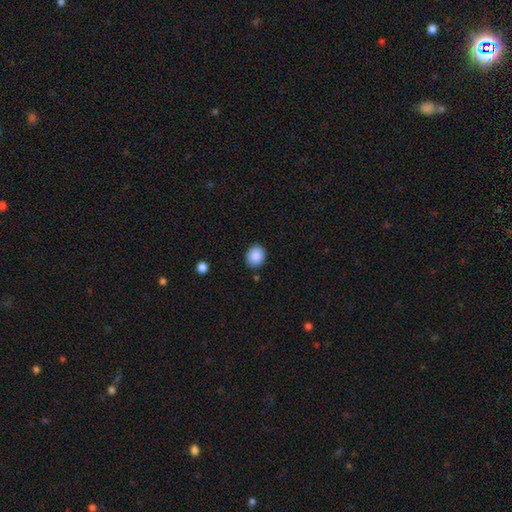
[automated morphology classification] Smooth or featured?
  - smooth: 88% *
  - star or artifact: 8%
  - featured or disk: 4%
How rounded?
  - round: 68% *
  - in between: 31%
  - cigar-shaped: 1%
Merging?
  - none: 87% *
  - minor disturbance: 9%
  - major disturbance: 2%
  - merger: 2%